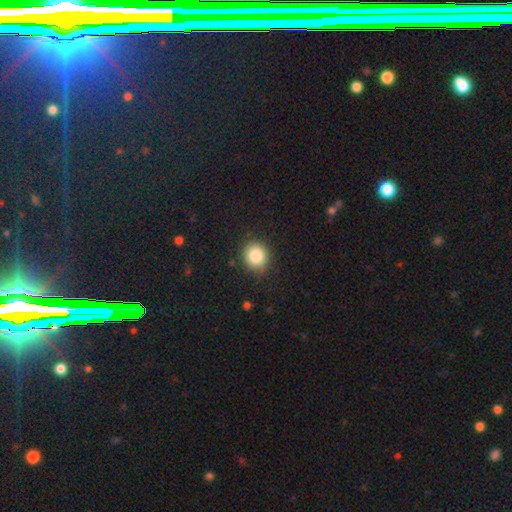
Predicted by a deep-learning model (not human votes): smooth-or-featured: smooth: 84% | star or artifact: 10% | featured or disk: 6%
  how-rounded: round: 84% | in between: 15% | cigar-shaped: 1%
  merging: none: 87% | minor disturbance: 10% | major disturbance: 2% | merger: 1%